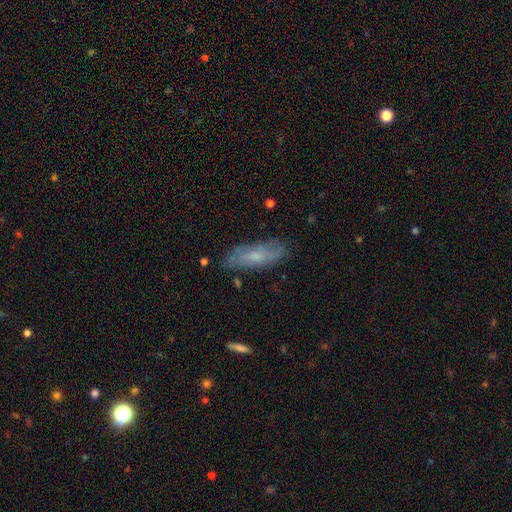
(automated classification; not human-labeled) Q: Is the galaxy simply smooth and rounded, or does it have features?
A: smooth — 49%.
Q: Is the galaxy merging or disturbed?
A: none — 76%.